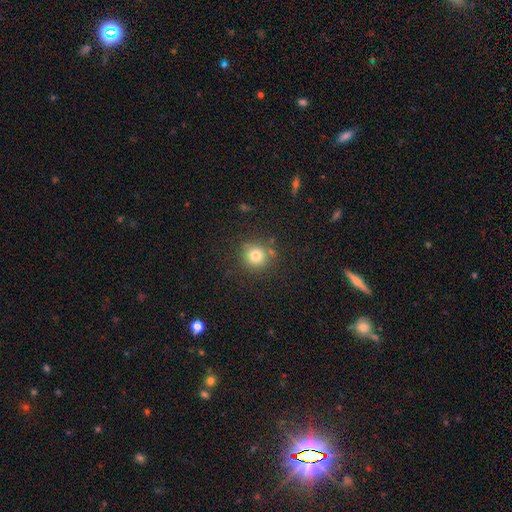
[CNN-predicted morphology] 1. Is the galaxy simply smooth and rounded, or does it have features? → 79% smooth, 13% star or artifact, 8% featured or disk.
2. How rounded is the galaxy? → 92% round, 7% in between, 1% cigar-shaped.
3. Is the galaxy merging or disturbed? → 81% none, 11% minor disturbance, 5% merger, 4% major disturbance.